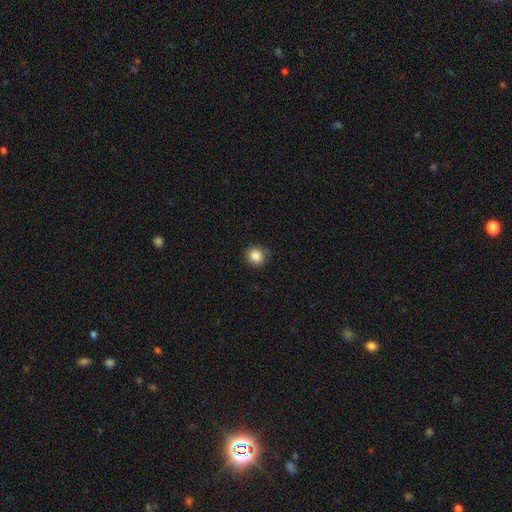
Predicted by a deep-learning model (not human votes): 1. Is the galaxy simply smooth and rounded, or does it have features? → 85% smooth, 10% star or artifact, 5% featured or disk.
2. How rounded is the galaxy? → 87% round, 12% in between, 1% cigar-shaped.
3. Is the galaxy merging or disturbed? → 82% none, 14% minor disturbance, 3% major disturbance, 1% merger.